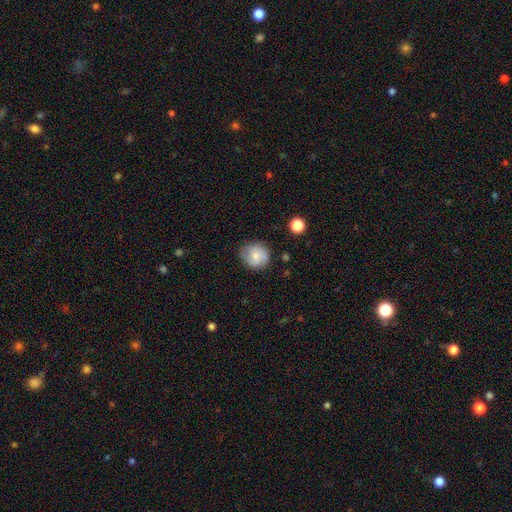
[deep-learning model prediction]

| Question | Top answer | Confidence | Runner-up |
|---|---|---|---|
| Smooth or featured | smooth | 64% | featured or disk (28%) |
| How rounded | round | 87% | in between (12%) |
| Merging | none | 79% | minor disturbance (16%) |